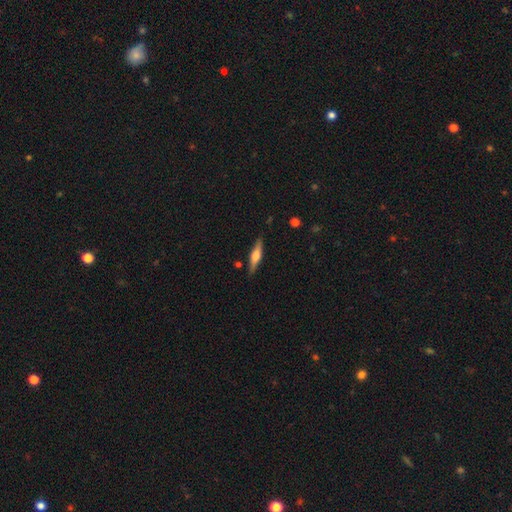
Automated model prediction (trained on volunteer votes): smooth-or-featured: featured or disk: 58% | smooth: 36% | star or artifact: 6%
  disk-edge-on: yes: 96% | no: 4%
    edge-on-bulge: rounded: 84% | boxy: 12% | none: 4%
  merging: none: 87% | minor disturbance: 10% | major disturbance: 2% | merger: 2%